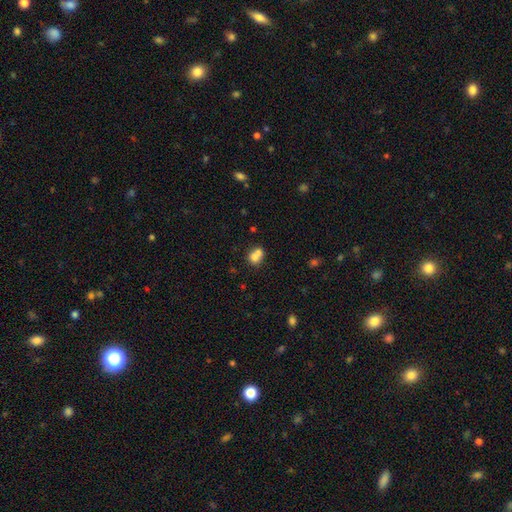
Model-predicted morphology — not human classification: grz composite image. It shows a smooth galaxy with no disk features (73%) that is round (67%). Merging: merger (61%).